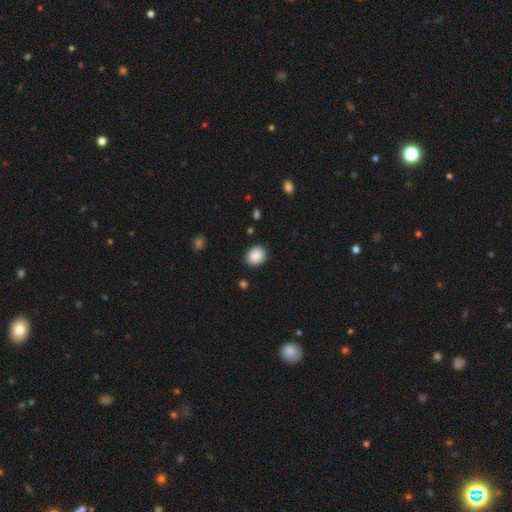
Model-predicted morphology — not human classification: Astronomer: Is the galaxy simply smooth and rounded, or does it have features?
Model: smooth — 89%.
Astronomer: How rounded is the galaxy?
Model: round — 68%.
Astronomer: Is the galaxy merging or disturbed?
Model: none — 88%.